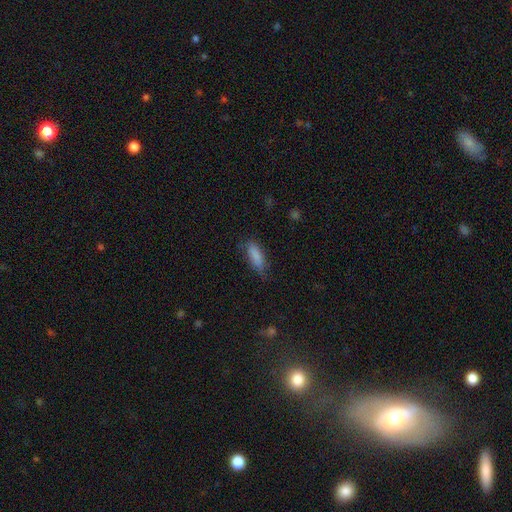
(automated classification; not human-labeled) Overall: smooth (83%). How rounded: in between (63%; cigar-shaped 35%). Merging: none (61%; minor disturbance 29%).